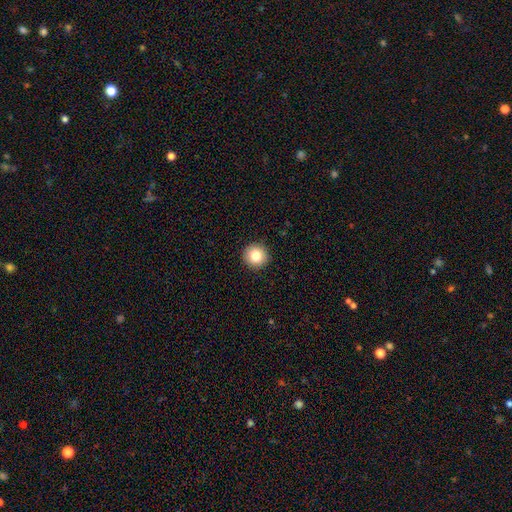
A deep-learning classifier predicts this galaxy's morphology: The model was most divided on "smooth or featured": smooth: 83%, star or artifact: 9%, featured or disk: 8%. More confident: how rounded — round (95%); merging — none (93%).